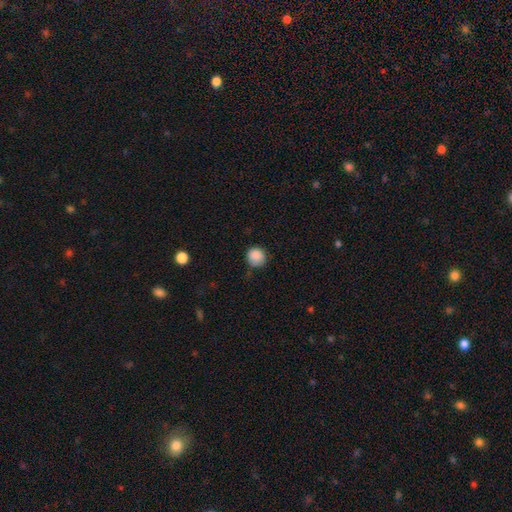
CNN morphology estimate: Q: Smooth or featured?
A: smooth (87%); runner-up: star or artifact (9%)
Q: How rounded?
A: round (91%); runner-up: in between (9%)
Q: Merging?
A: none (72%); runner-up: minor disturbance (23%)